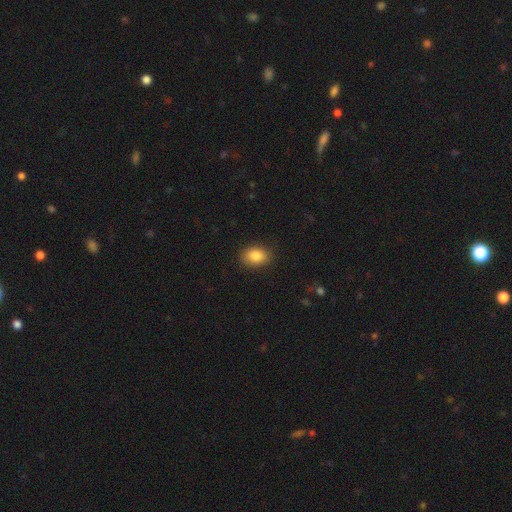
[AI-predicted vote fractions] This appears to be a smooth galaxy with no disk features (86%) that is in between round and cigar-shaped (75%). Merging: none (86%).